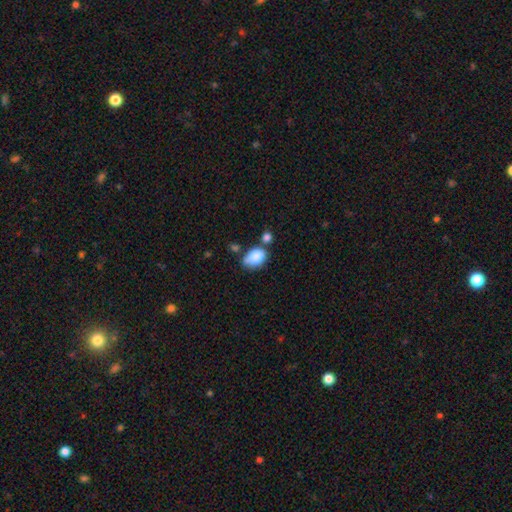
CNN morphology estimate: Q: Smooth or featured?
A: smooth (84%); runner-up: featured or disk (9%)
Q: How rounded?
A: in between (82%); runner-up: round (17%)
Q: Merging?
A: none (43%); runner-up: minor disturbance (25%)